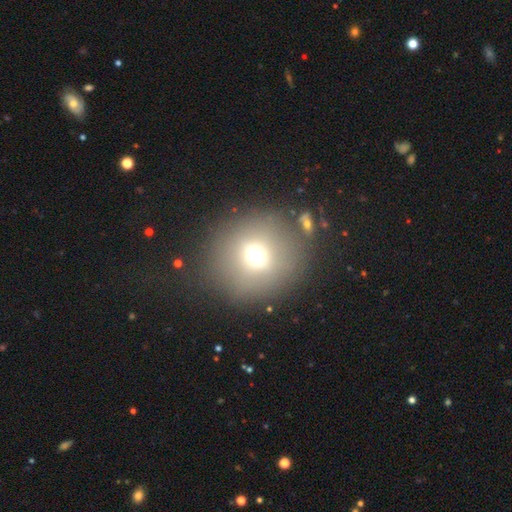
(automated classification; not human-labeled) Morphology: type=smooth (64%); roundness=round (90%); merging=none (80%).